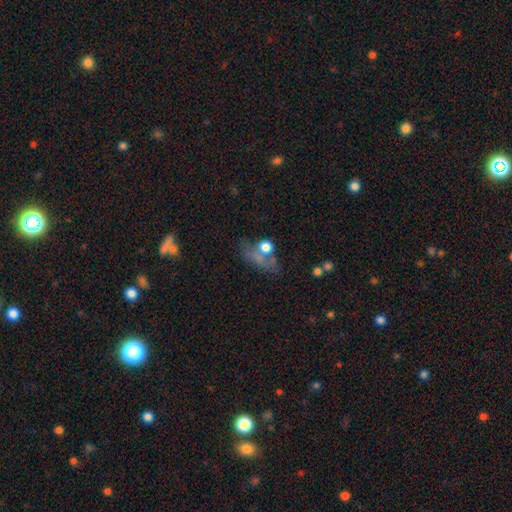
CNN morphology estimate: A smooth galaxy with no disk features (40%). Merging: none (50%).